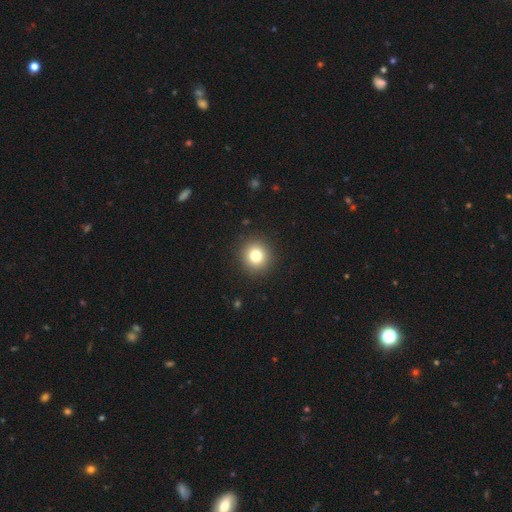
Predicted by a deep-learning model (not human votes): smooth_or_featured: smooth (p=0.79) [alt: star or artifact p=0.12]
how_rounded: round (p=0.93) [alt: in between p=0.06]
merging: none (p=0.92) [alt: minor disturbance p=0.05]